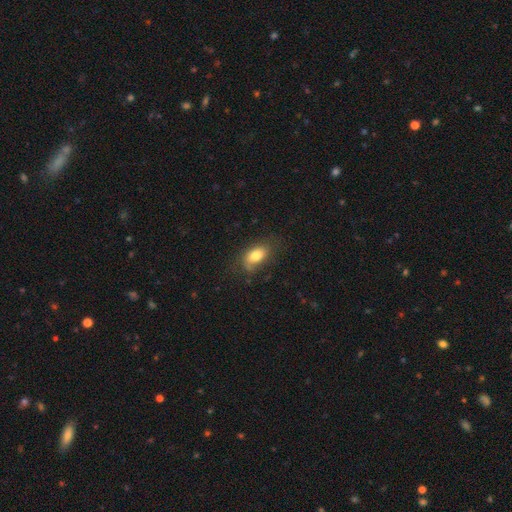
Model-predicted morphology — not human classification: The model was most divided on "merging": none: 66%, minor disturbance: 23%, major disturbance: 9%, merger: 2%. More confident: how rounded — in between (89%); smooth or featured — smooth (76%).